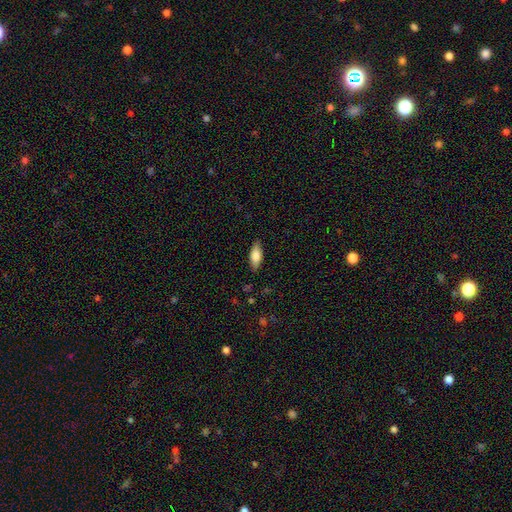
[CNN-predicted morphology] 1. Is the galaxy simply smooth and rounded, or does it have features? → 78% smooth, 15% featured or disk, 6% star or artifact.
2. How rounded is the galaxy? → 74% in between, 24% cigar-shaped, 2% round.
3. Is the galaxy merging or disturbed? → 86% none, 11% minor disturbance, 2% major disturbance, 1% merger.